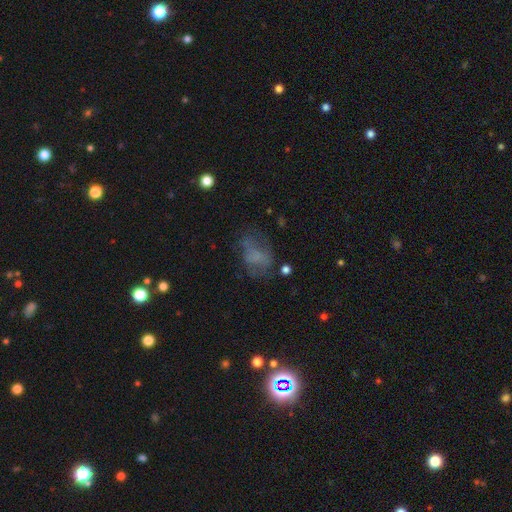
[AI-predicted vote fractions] Smooth or featured: smooth — 47% (featured or disk — 35%)
Merging: none — 46% (major disturbance — 28%)